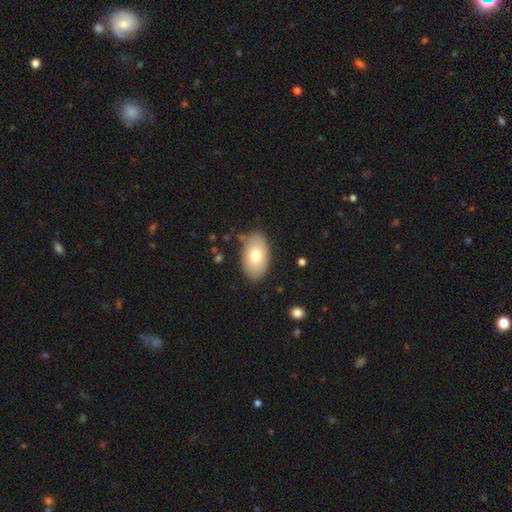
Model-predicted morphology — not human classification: smooth 73%, featured or disk 20%, star or artifact 7%. Down the decision tree: how rounded — in between (92%); merging — none (82%).